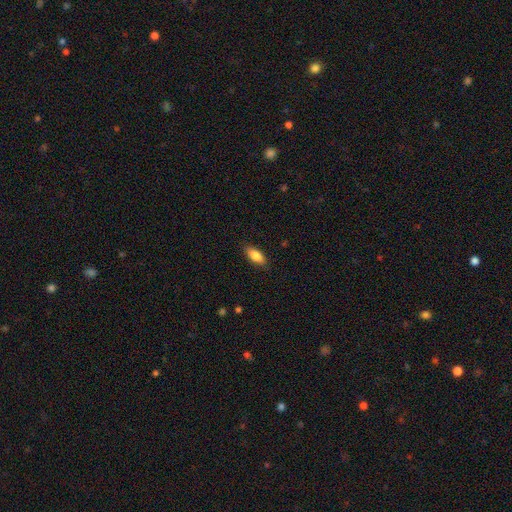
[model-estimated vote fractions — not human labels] smooth-or-featured: smooth: 85% | featured or disk: 8% | star or artifact: 7%
  how-rounded: in between: 86% | cigar-shaped: 12% | round: 3%
  merging: none: 86% | minor disturbance: 11% | major disturbance: 2% | merger: 1%